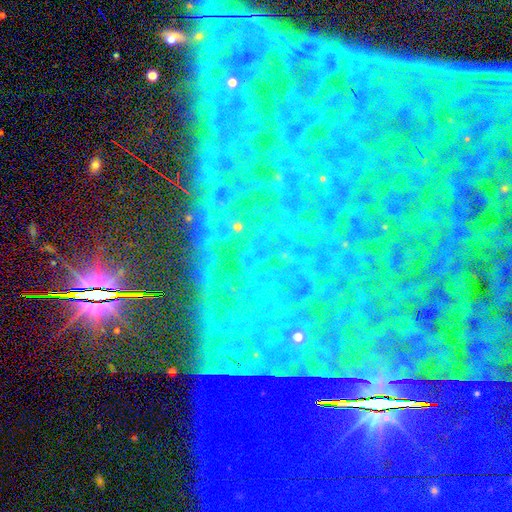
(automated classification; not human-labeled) This appears to be a star or artifact, not a galaxy (86%).